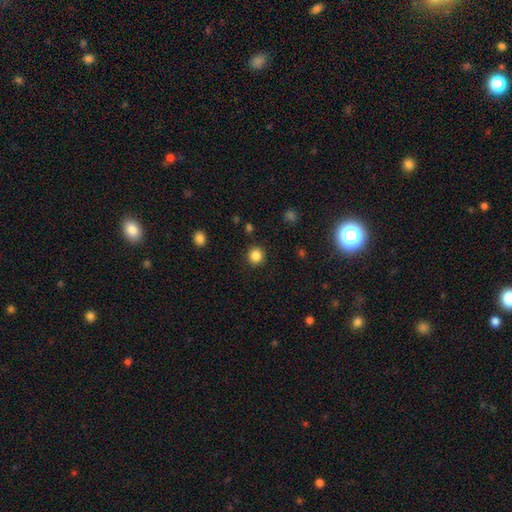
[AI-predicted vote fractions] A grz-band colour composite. It shows a smooth galaxy with no disk features (85%) that is round (93%). Merging: none (90%).